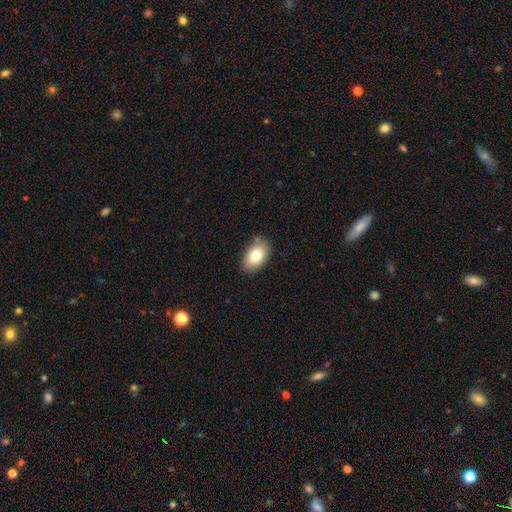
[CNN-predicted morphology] Q: Smooth or featured?
A: smooth (78%); runner-up: featured or disk (14%)
Q: How rounded?
A: in between (89%); runner-up: round (9%)
Q: Merging?
A: none (83%); runner-up: minor disturbance (13%)